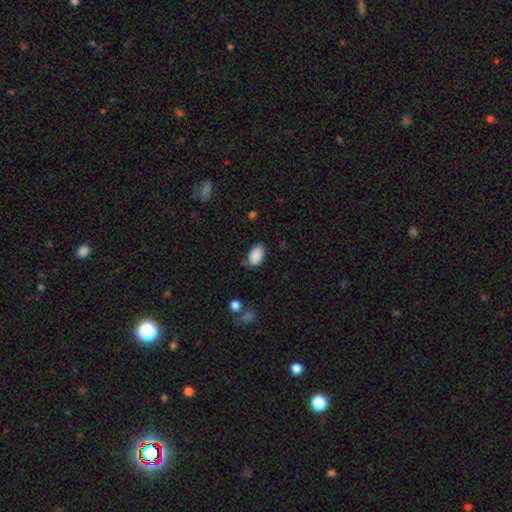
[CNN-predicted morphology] Overall: smooth (89%). How rounded: in between (93%). Merging: none (73%).